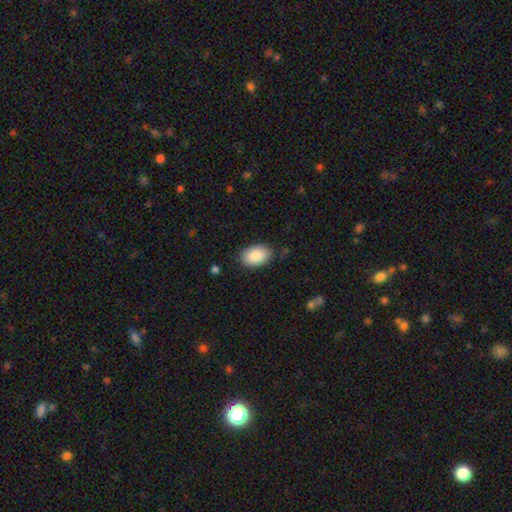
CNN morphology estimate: smooth-or-featured: smooth: 87% | featured or disk: 7% | star or artifact: 6%
  how-rounded: in between: 90% | round: 9% | cigar-shaped: 1%
  merging: none: 83% | minor disturbance: 13% | major disturbance: 3% | merger: 1%